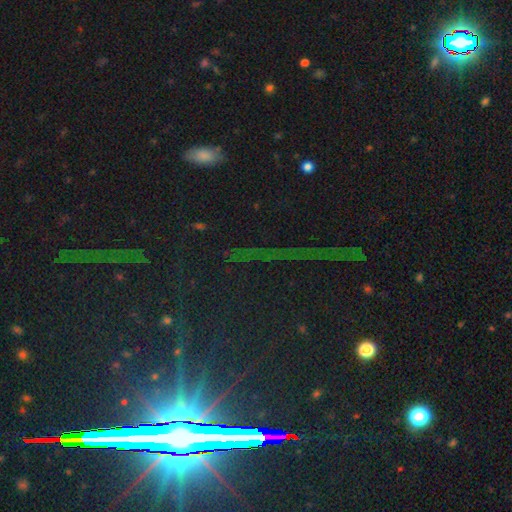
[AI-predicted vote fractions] This appears to be a star or artifact, not a galaxy (76%).